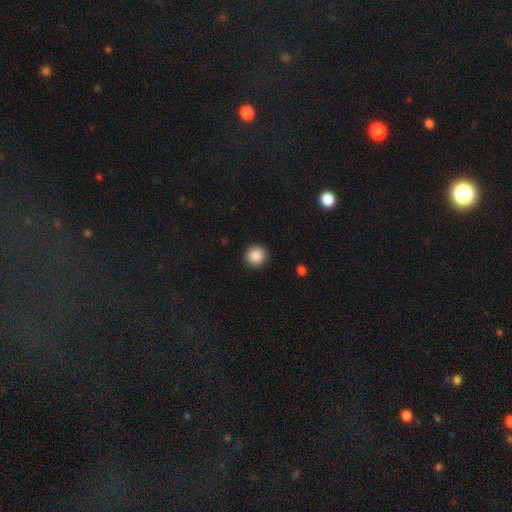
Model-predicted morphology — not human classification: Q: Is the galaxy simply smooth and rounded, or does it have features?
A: smooth — 88%.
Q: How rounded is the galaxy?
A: round — 94%.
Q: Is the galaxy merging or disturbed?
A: none — 92%.